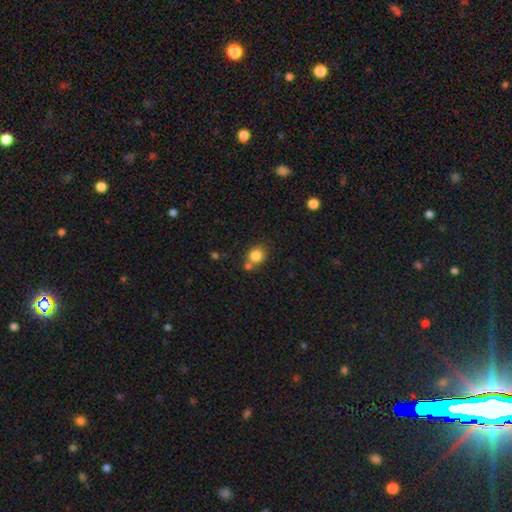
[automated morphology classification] The model was most divided on "merging": none: 62%, merger: 24%, minor disturbance: 11%, major disturbance: 3%. More confident: smooth or featured — smooth (83%); how rounded — round (77%).